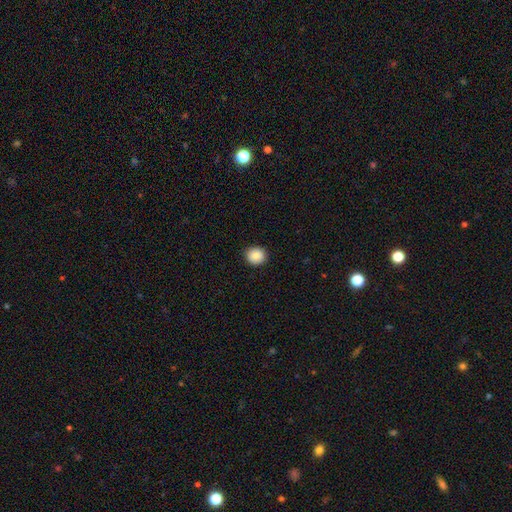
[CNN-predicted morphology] A smooth galaxy with no disk features (86%) that is round (87%). Merging: none (91%).